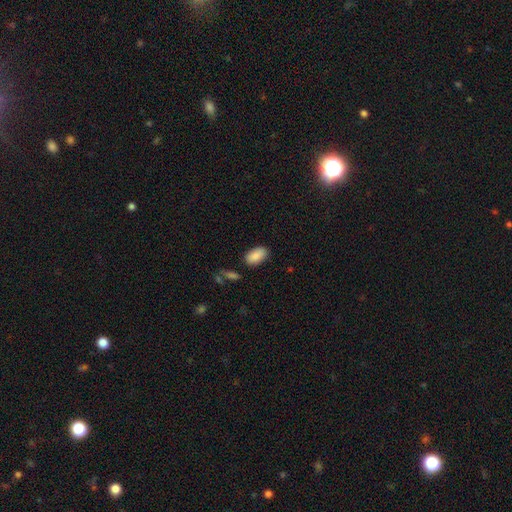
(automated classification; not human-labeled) Smooth or featured? smooth (89%)
How rounded? in between (94%)
Merging? none (83%)